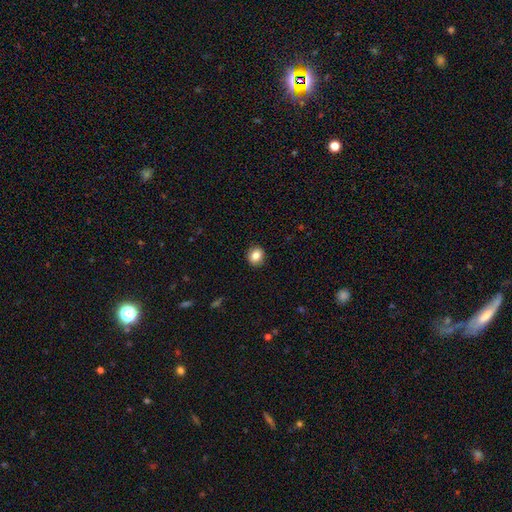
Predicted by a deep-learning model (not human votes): A smooth galaxy with no disk features (84%) that is round (81%). Merging: none (92%).